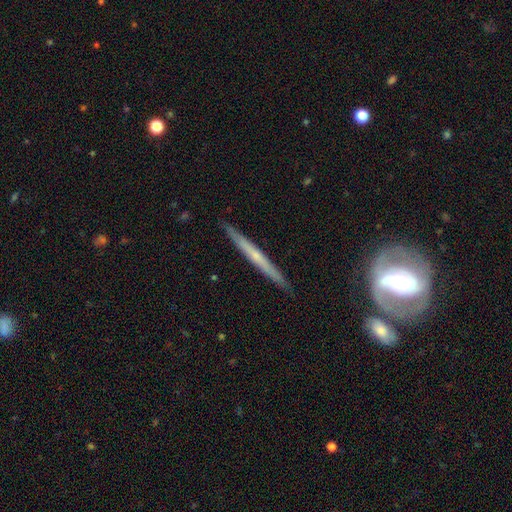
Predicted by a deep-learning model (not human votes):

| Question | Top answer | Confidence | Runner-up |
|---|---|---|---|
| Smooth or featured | featured or disk | 62% | smooth (32%) |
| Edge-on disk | yes | 96% | no (4%) |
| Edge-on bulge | none | 61% | rounded (35%) |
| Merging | none | 90% | minor disturbance (8%) |